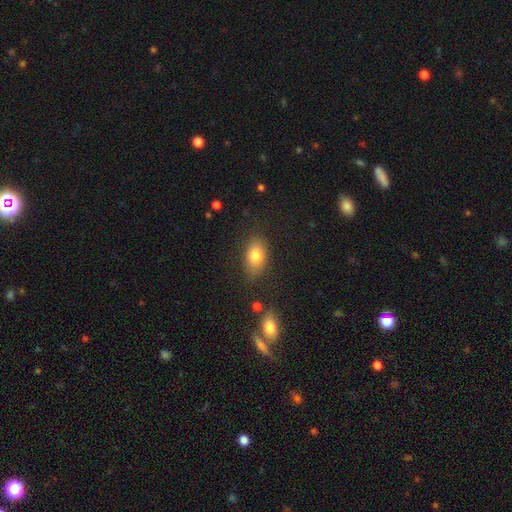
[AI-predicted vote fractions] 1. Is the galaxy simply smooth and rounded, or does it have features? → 79% smooth, 12% featured or disk, 9% star or artifact.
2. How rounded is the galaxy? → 86% in between, 12% round, 2% cigar-shaped.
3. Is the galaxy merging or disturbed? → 81% none, 13% minor disturbance, 4% major disturbance, 2% merger.